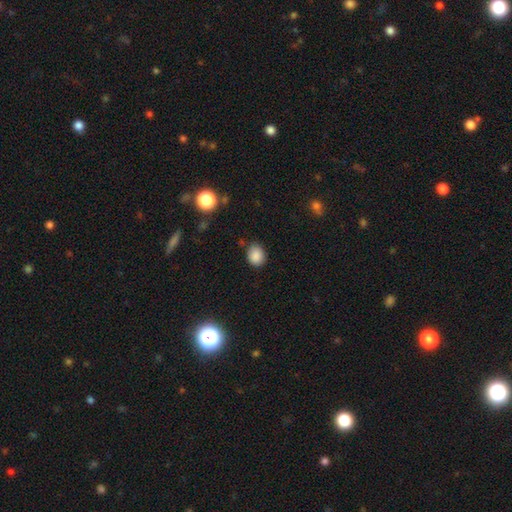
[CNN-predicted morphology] Smooth or featured? Predicted: smooth (p=0.86). How rounded? Predicted: round (p=0.54). Merging? Predicted: none (p=0.78).